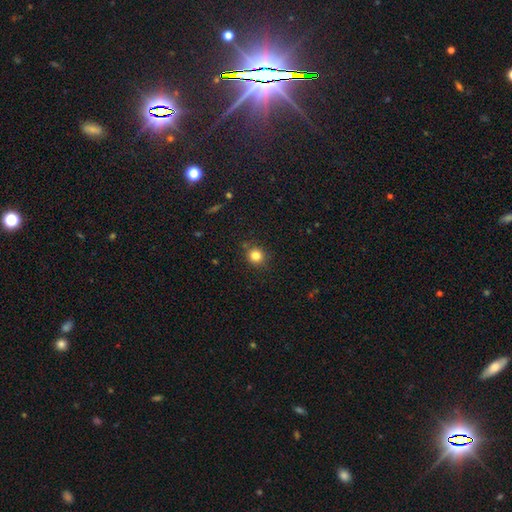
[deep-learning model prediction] smooth_or_featured: smooth (p=0.83) [alt: star or artifact p=0.12]
how_rounded: round (p=0.88) [alt: in between p=0.11]
merging: none (p=0.85) [alt: minor disturbance p=0.10]